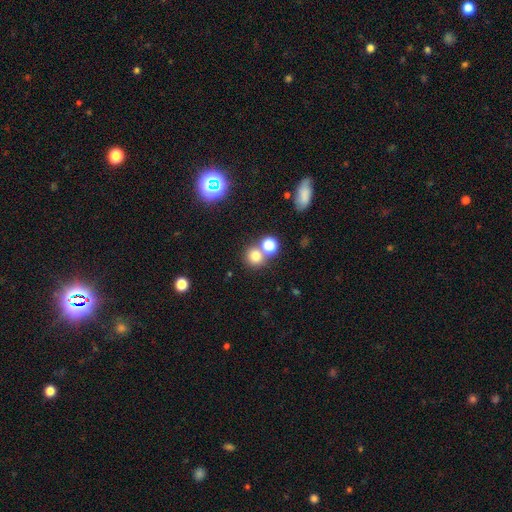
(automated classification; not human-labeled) Overall: smooth (72%). How rounded: round (87%). Merging: none (62%; merger 27%).